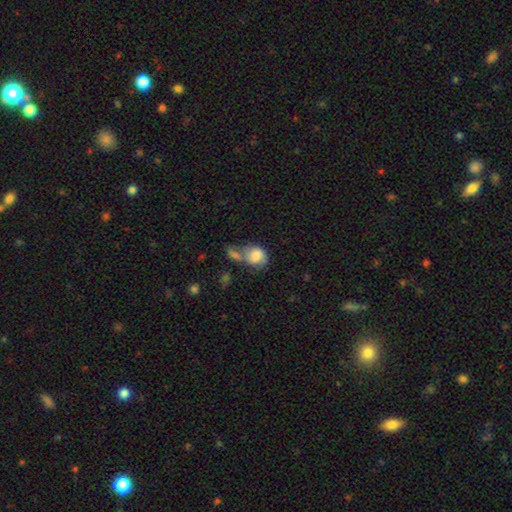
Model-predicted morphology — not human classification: Smooth or featured? smooth (66%)
How rounded? in between (53%)
Merging? merger (44%)